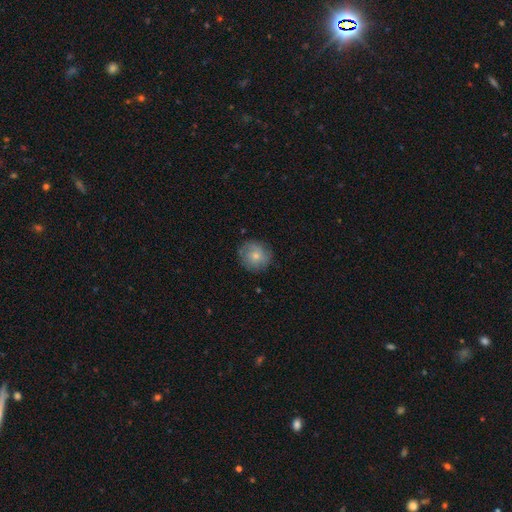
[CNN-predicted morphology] Smooth or featured? Predicted: smooth (p=0.68). How rounded? Predicted: round (p=0.89). Merging? Predicted: none (p=0.80).